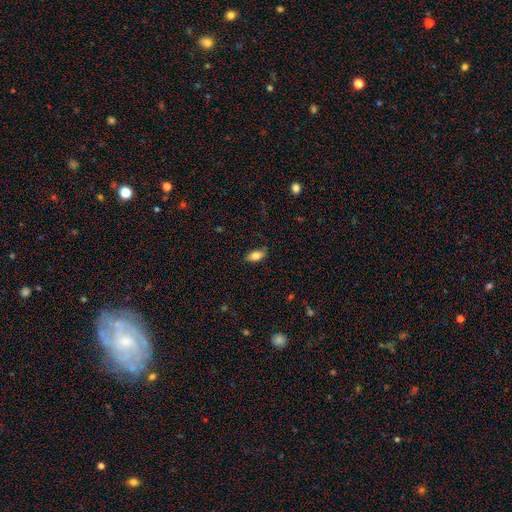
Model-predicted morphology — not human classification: The model was most divided on "merging": none: 79%, minor disturbance: 16%, major disturbance: 3%, merger: 1%. More confident: how rounded — in between (88%); smooth or featured — smooth (79%).